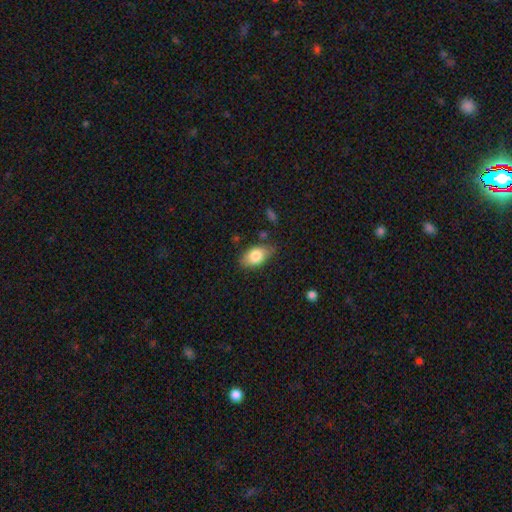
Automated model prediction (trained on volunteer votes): This appears to be a smooth galaxy with no disk features (81%) that is in between round and cigar-shaped (90%). Merging: none (73%).